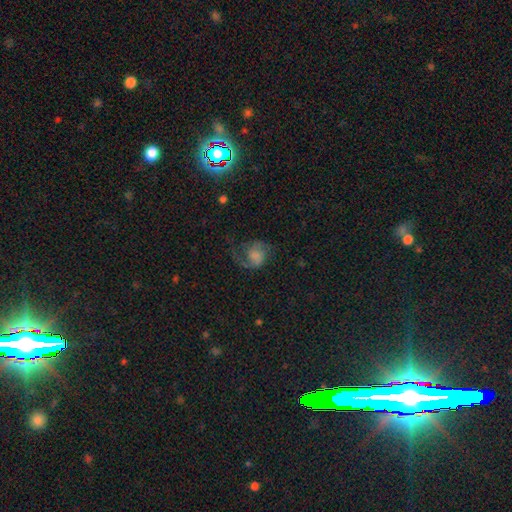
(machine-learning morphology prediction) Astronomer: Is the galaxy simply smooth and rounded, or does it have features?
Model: featured or disk — 68%.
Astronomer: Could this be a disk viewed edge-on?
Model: no — 98%.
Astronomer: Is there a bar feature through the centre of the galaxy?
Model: no — 66%.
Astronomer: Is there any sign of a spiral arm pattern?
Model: yes — 93%.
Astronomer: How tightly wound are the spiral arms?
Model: loose — 46% (runner-up: medium, 43%).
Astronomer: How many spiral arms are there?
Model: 2 — 83%.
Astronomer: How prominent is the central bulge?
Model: none — 41% (runner-up: large, 22%).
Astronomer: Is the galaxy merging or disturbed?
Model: none — 56%.